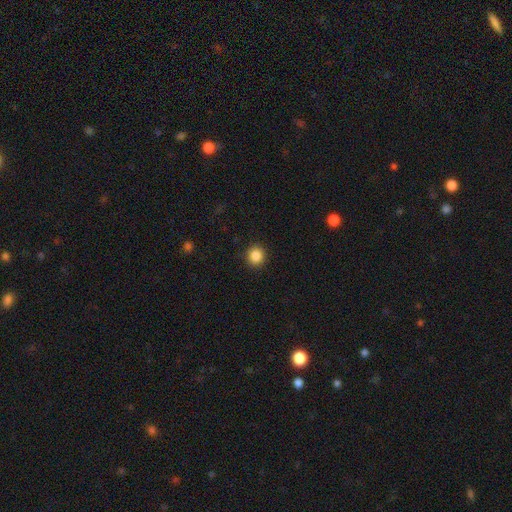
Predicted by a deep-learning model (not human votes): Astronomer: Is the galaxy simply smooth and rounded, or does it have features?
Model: smooth — 86%.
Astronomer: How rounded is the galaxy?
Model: round — 89%.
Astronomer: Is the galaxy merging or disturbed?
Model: none — 91%.